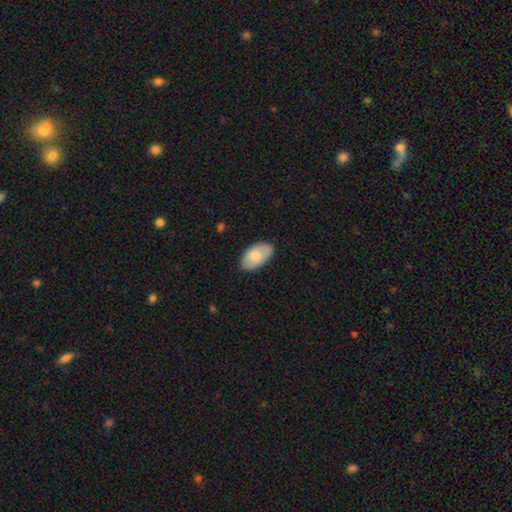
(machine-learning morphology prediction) Smooth or featured?
  - smooth: 78% *
  - featured or disk: 16%
  - star or artifact: 6%
How rounded?
  - in between: 95% *
  - round: 4%
  - cigar-shaped: 1%
Merging?
  - none: 83% *
  - minor disturbance: 14%
  - major disturbance: 2%
  - merger: 1%